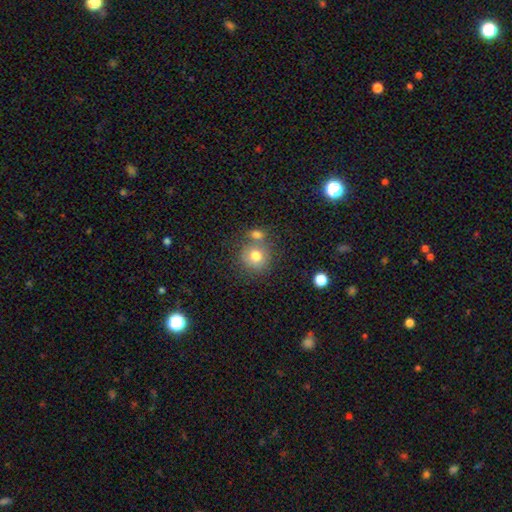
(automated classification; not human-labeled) Smooth or featured? smooth (76%)
How rounded? round (86%)
Merging? none (53%)